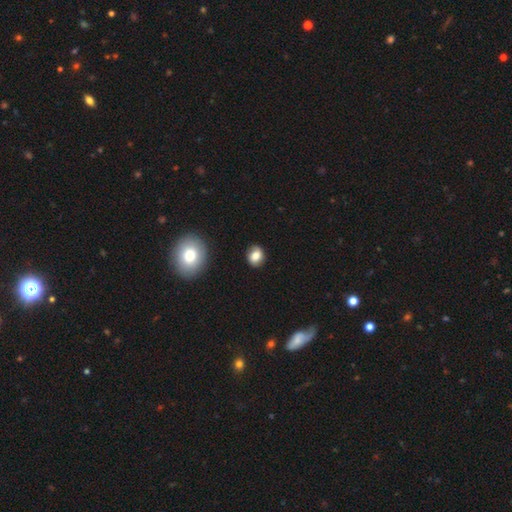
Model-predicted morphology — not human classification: The model was most divided on "how rounded": round: 56%, in between: 42%, cigar-shaped: 1%. More confident: merging — none (84%); smooth or featured — smooth (79%).